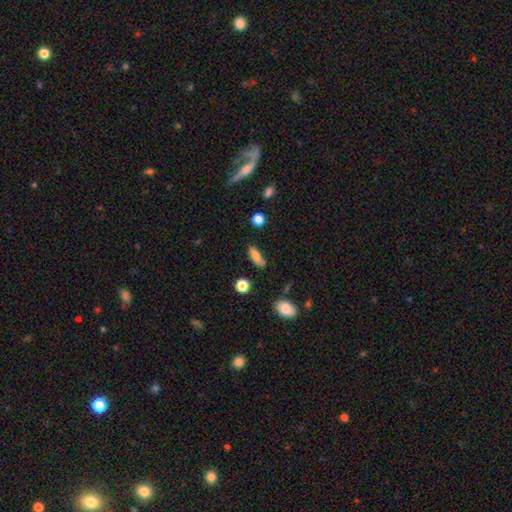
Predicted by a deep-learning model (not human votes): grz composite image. It shows a smooth galaxy with no disk features (78%) that is in between round and cigar-shaped (64%). Merging: none (73%).